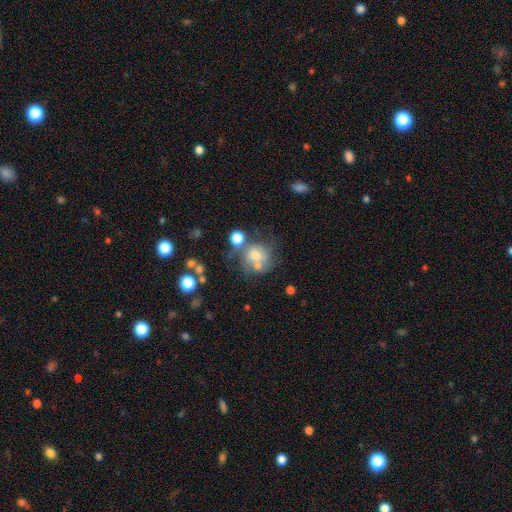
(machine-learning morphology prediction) This is possibly a smooth galaxy (56%). How rounded: likely round (75%). Merging: marginally none (37%).